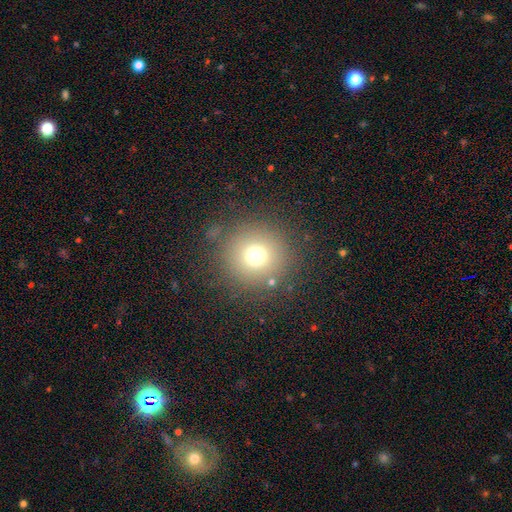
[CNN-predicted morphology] smooth 71%, star or artifact 18%, featured or disk 10%. Down the decision tree: how rounded — round (95%); merging — none (85%).